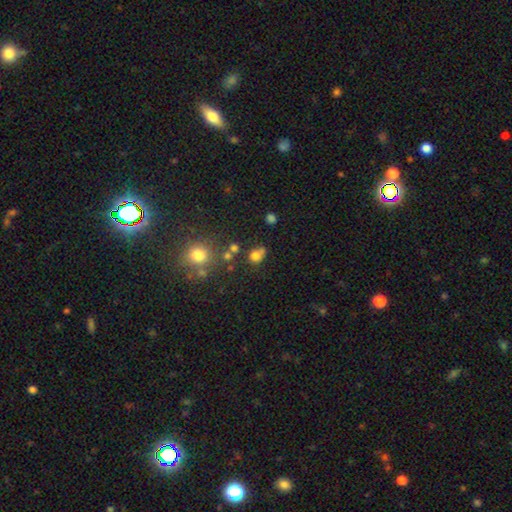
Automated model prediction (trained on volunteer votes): Overall: smooth (76%). How rounded: round (62%; in between 37%). Merging: none (52%; minor disturbance 20%).